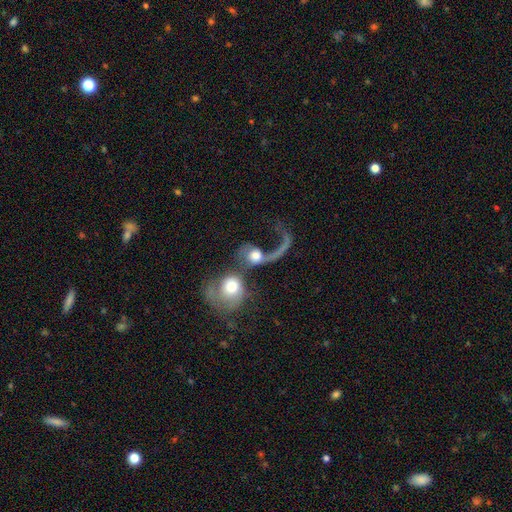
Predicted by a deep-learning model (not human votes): Smooth or featured: featured or disk — 52% (smooth — 39%)
Edge-on disk: no — 94% (yes — 6%)
Merging: merger — 68% (major disturbance — 18%)